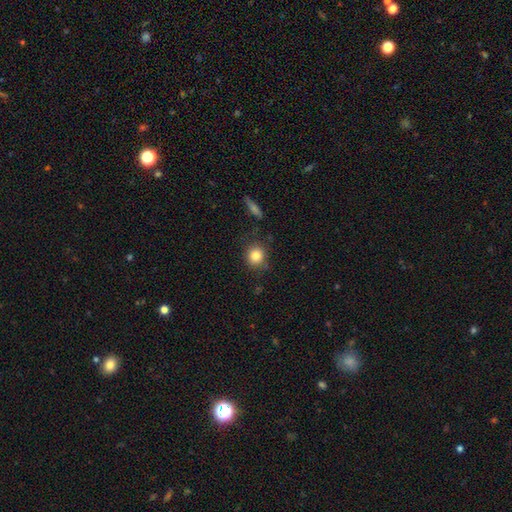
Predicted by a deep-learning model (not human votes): A smooth galaxy with no disk features (83%) that is round (86%).

Vote fractions:
- Smooth or featured? smooth: 83% / star or artifact: 10% / featured or disk: 7%
- How rounded? round: 86% / in between: 13% / cigar-shaped: 1%
- Merging? none: 82% / minor disturbance: 11% / merger: 4% / major disturbance: 3%